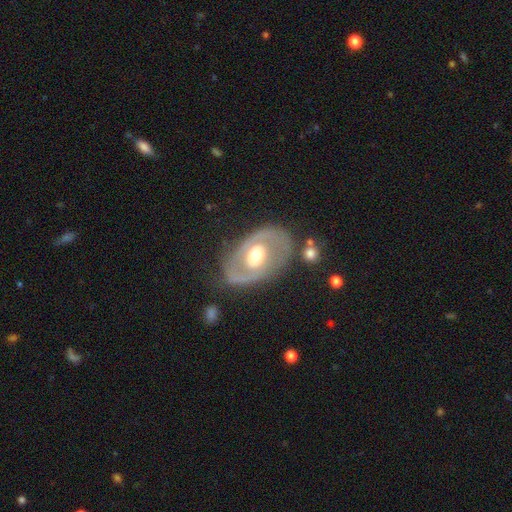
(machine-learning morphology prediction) smooth-or-featured: featured or disk: 67% | smooth: 28% | star or artifact: 5%
  disk-edge-on: no: 93% | yes: 7%
    bar: no: 74% | weak: 19% | strong: 7%
    has-spiral-arms: no: 63% | yes: 37%
    bulge-size: moderate: 70% | large: 18% | small: 10% | dominant: 2% | none: 1%
  merging: none: 69% | minor disturbance: 18% | major disturbance: 9% | merger: 4%